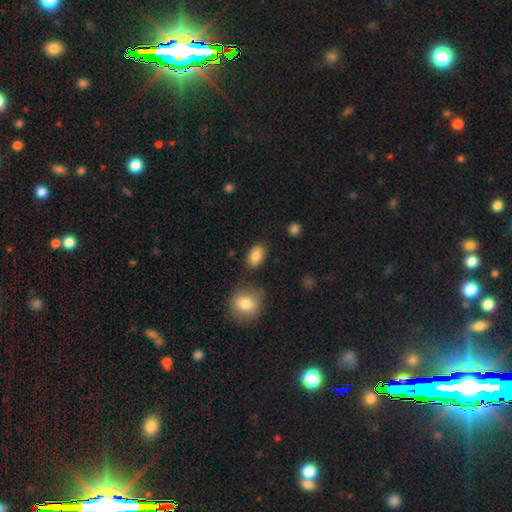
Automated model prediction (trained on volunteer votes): Smooth or featured?
  - smooth: 85% *
  - star or artifact: 8%
  - featured or disk: 7%
How rounded?
  - in between: 89% *
  - round: 10%
  - cigar-shaped: 1%
Merging?
  - none: 81% *
  - minor disturbance: 12%
  - merger: 5%
  - major disturbance: 3%